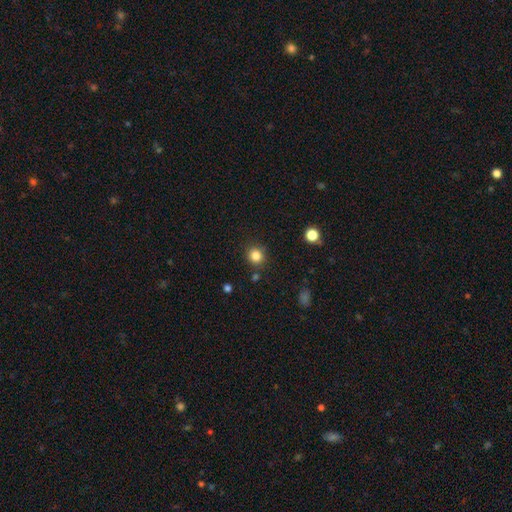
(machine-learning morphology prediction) Smooth or featured? Predicted: smooth (p=0.83). How rounded? Predicted: round (p=0.89). Merging? Predicted: none (p=0.87).